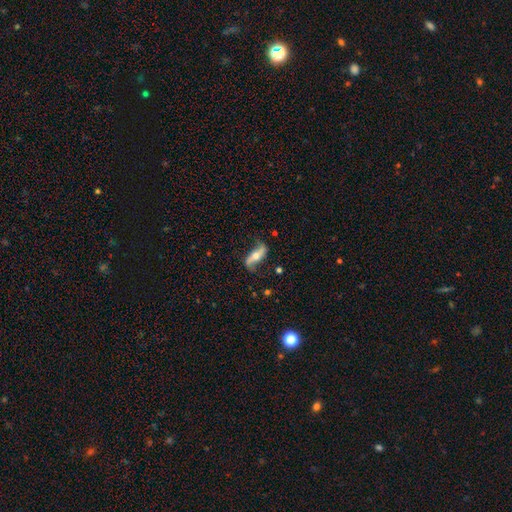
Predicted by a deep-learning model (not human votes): This is likely a featured or disk galaxy (71%). It is likely not viewed edge-on (71%). Bar: possibly no (47%). Spiral arm pattern: clearly yes (84%). Central bulge: likely moderate (64%). Merging: likely none (73%).